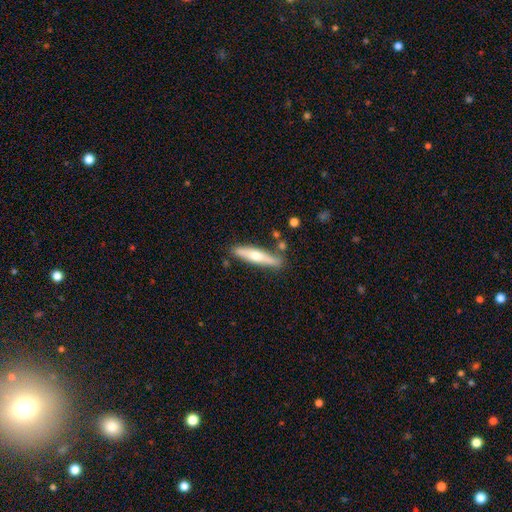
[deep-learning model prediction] This appears to be a smooth galaxy with no disk features (51%) that is cigar-shaped (85%). Merging: none (79%).